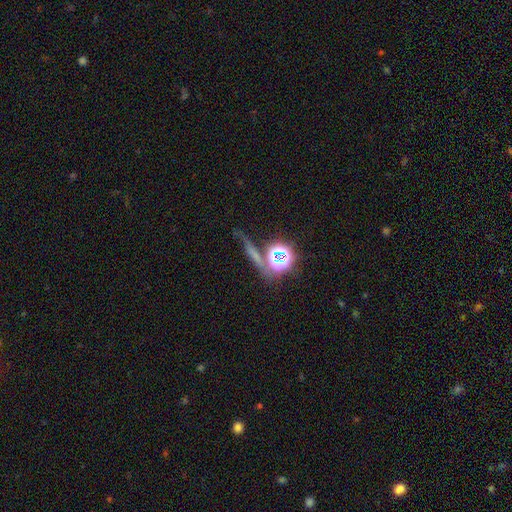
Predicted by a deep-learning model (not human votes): A star or artifact, not a galaxy (44%).